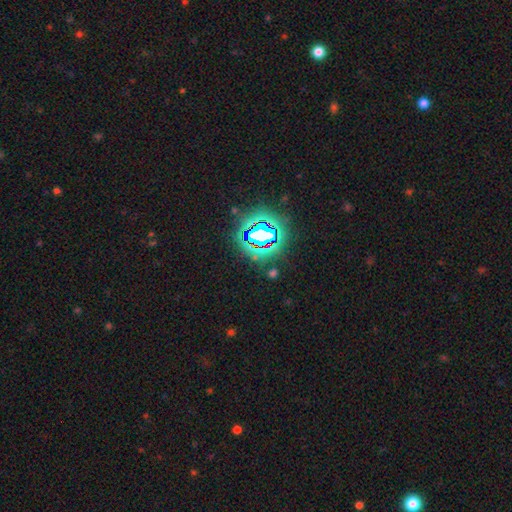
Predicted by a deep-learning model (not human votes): Smooth or featured?
  - star or artifact: 78% *
  - smooth: 13%
  - featured or disk: 9%